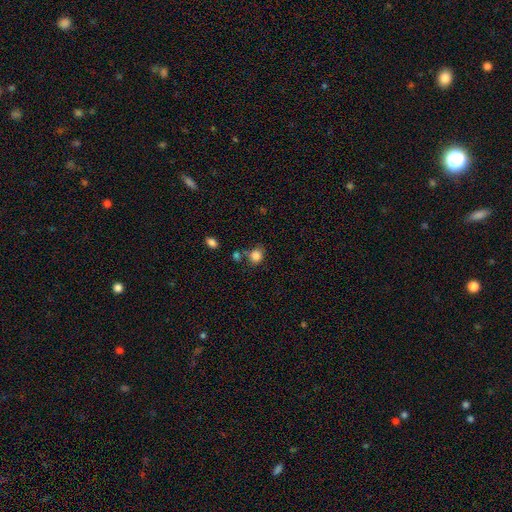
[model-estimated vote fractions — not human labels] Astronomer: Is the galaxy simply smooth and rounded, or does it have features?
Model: smooth — 84%.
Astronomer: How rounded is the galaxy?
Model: round — 71%.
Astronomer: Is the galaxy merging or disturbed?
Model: none — 64%.